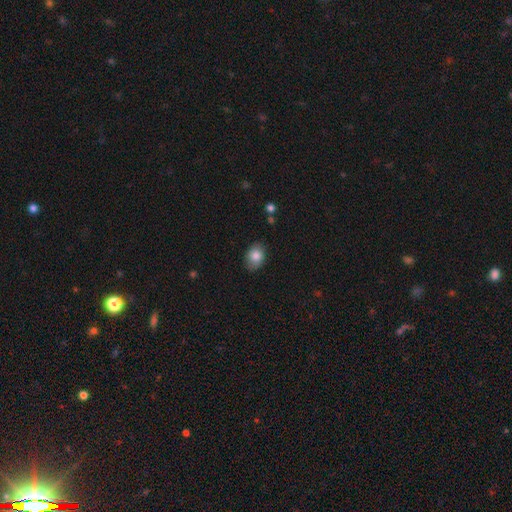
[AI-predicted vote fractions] Smooth or featured?
  - smooth: 84% *
  - featured or disk: 8%
  - star or artifact: 8%
How rounded?
  - in between: 72% *
  - round: 27%
  - cigar-shaped: 1%
Merging?
  - none: 82% *
  - minor disturbance: 14%
  - major disturbance: 3%
  - merger: 1%